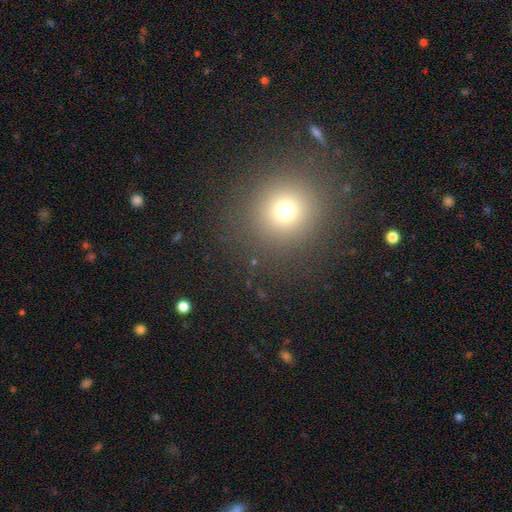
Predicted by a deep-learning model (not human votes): Morphology: type=smooth (65%); roundness=round (90%); merging=none (90%).